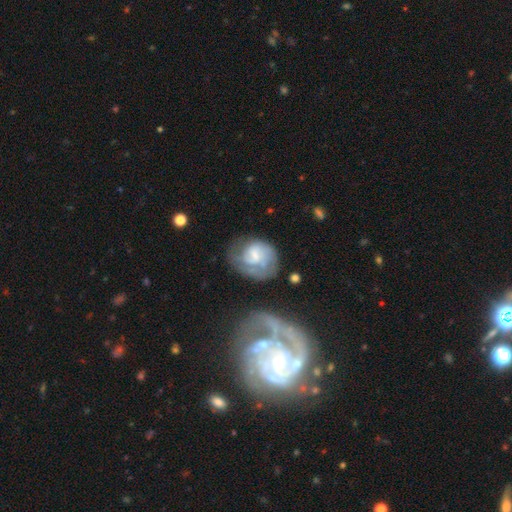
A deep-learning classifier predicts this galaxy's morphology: smooth_or_featured: featured or disk (p=0.59) [alt: smooth p=0.34]
disk_edge_on: no (p=0.98) [alt: yes p=0.02]
bar: no (p=0.54) [alt: weak p=0.39]
has_spiral_arms: yes (p=0.78) [alt: no p=0.22]
bulge_size: small (p=0.39) [alt: moderate p=0.29]
merging: none (p=0.47) [alt: major disturbance p=0.23]